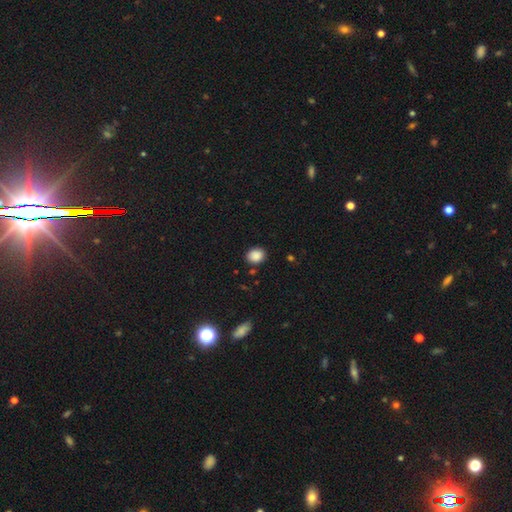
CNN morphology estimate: smooth-or-featured: smooth: 88% | star or artifact: 9% | featured or disk: 3%
  how-rounded: round: 59% | in between: 40% | cigar-shaped: 1%
  merging: none: 86% | minor disturbance: 9% | major disturbance: 2% | merger: 2%